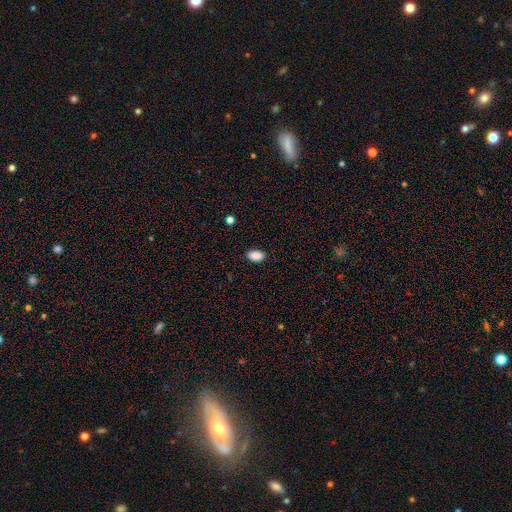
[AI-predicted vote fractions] Smooth or featured?
  - smooth: 89% *
  - star or artifact: 8%
  - featured or disk: 3%
How rounded?
  - in between: 93% *
  - round: 5%
  - cigar-shaped: 2%
Merging?
  - none: 87% *
  - minor disturbance: 10%
  - major disturbance: 2%
  - merger: 1%